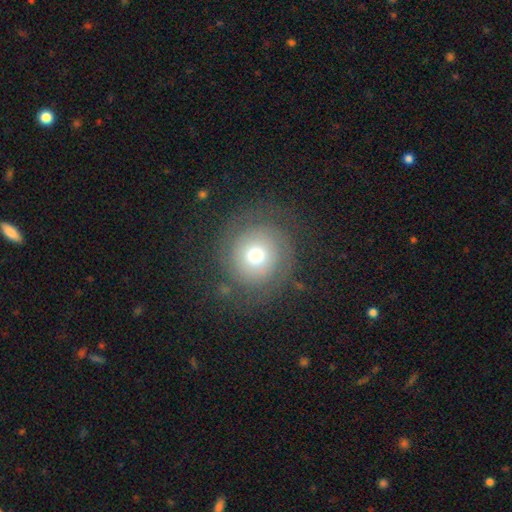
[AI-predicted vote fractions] This is possibly a smooth galaxy (50%). Merging: likely none (76%).